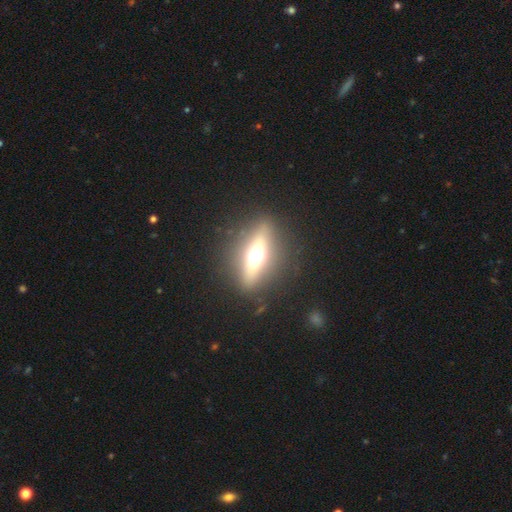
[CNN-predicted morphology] type=featured or disk (56%); edge-on=yes (80%); merging=none (85%).